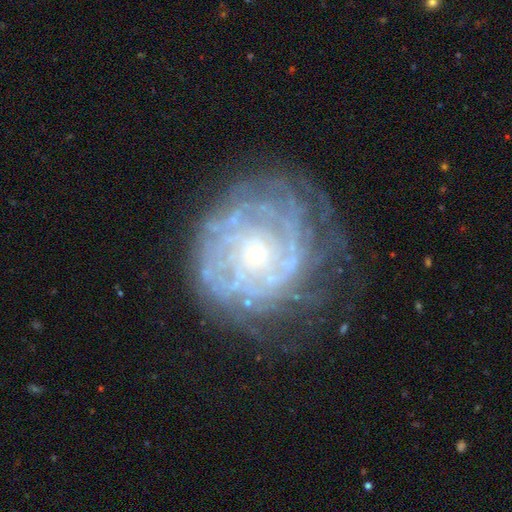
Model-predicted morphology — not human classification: A featured or disk galaxy (83%) with no bar (83%), tight (77%) spiral arms (89%) and a small central bulge (86%). Merging: none (65%).